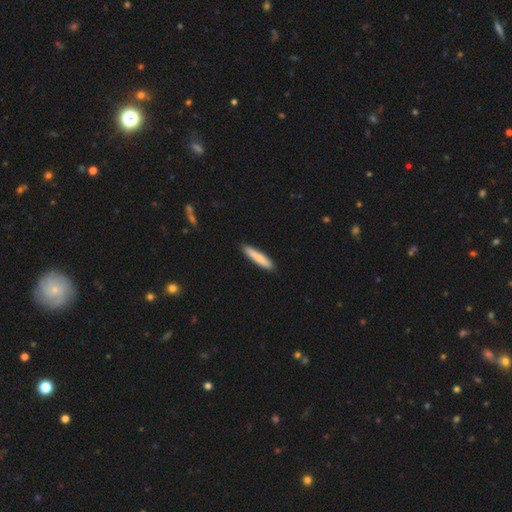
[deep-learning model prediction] This is clearly a smooth galaxy (81%). How rounded: clearly cigar-shaped (91%). Merging: clearly none (90%).